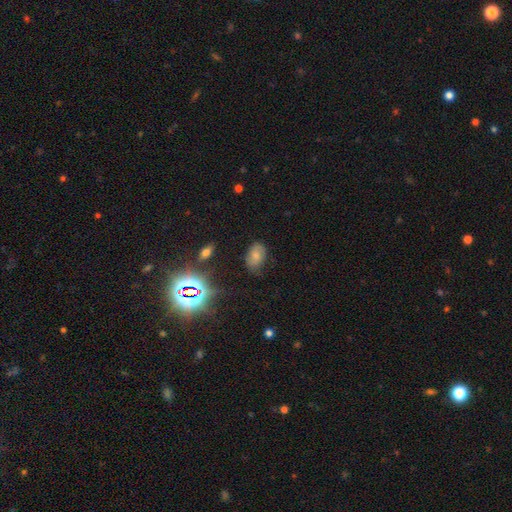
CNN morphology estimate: smooth_or_featured: smooth (p=0.67) [alt: featured or disk p=0.17]
how_rounded: in between (p=0.88) [alt: round p=0.11]
merging: none (p=0.69) [alt: minor disturbance p=0.22]